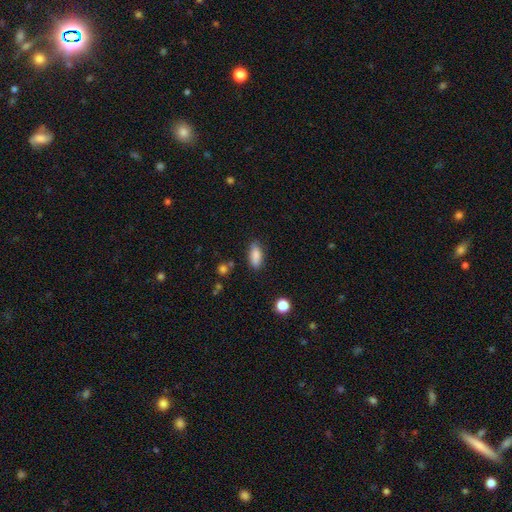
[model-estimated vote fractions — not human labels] A smooth galaxy with no disk features (84%) that is in between round and cigar-shaped (79%).

Vote fractions:
- Smooth or featured? smooth: 84% / star or artifact: 8% / featured or disk: 8%
- How rounded? in between: 79% / cigar-shaped: 18% / round: 3%
- Merging? none: 80% / minor disturbance: 14% / major disturbance: 3% / merger: 3%